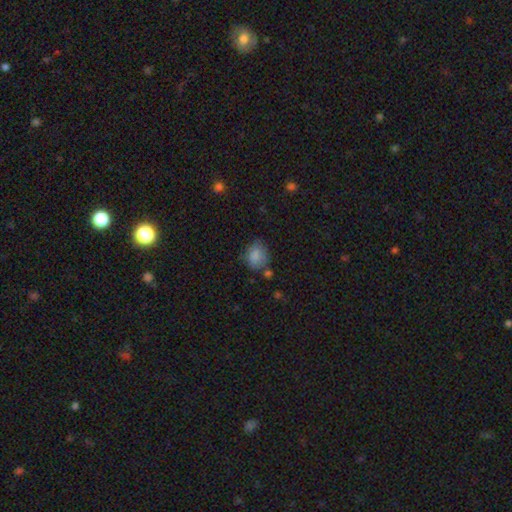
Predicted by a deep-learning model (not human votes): This appears to be a smooth galaxy with no disk features (84%) that is in between round and cigar-shaped (50%). Merging: none (64%).